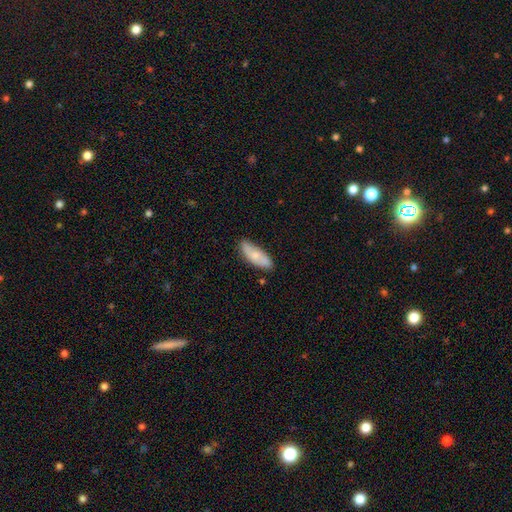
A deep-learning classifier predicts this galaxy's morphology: Smooth or featured? smooth (69%)
How rounded? in between (72%)
Merging? none (76%)